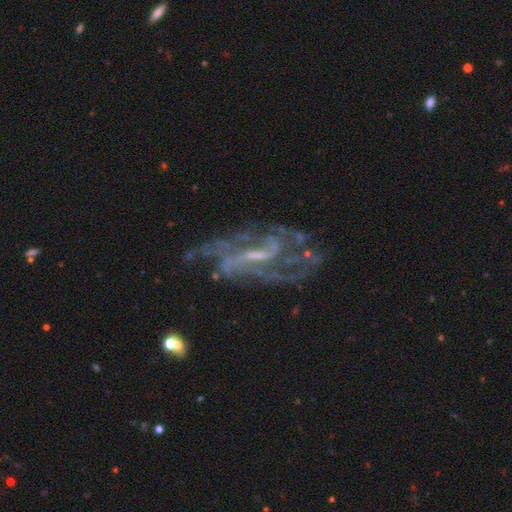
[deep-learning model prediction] Morphology: type=featured or disk (87%); edge-on=no (94%); bar=weak (49%); spiral arms=yes (92%); winding=medium (46%); arm count=can't tell (31%); bulge=small (53%); merging=none (59%).